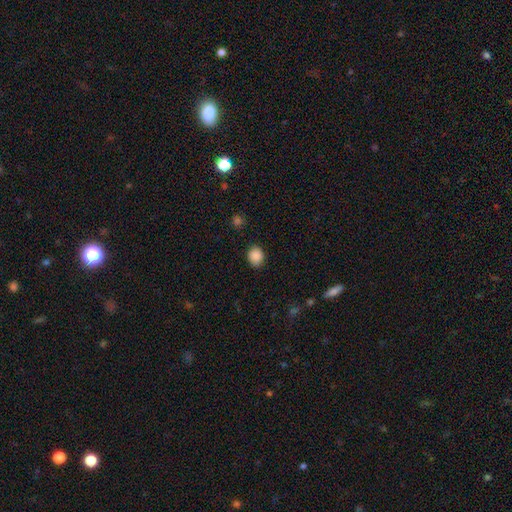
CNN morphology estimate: The model was most divided on "how rounded": round: 62%, in between: 37%, cigar-shaped: 1%. More confident: smooth or featured — smooth (88%); merging — none (85%).